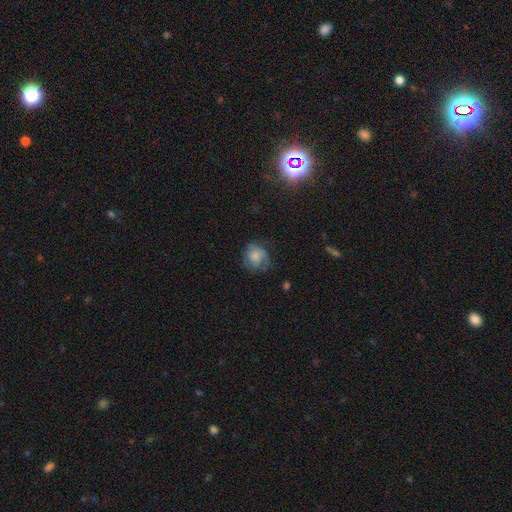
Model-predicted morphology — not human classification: Smooth or featured: smooth — 66% (featured or disk — 24%)
How rounded: round — 67% (in between — 32%)
Merging: none — 54% (minor disturbance — 28%)